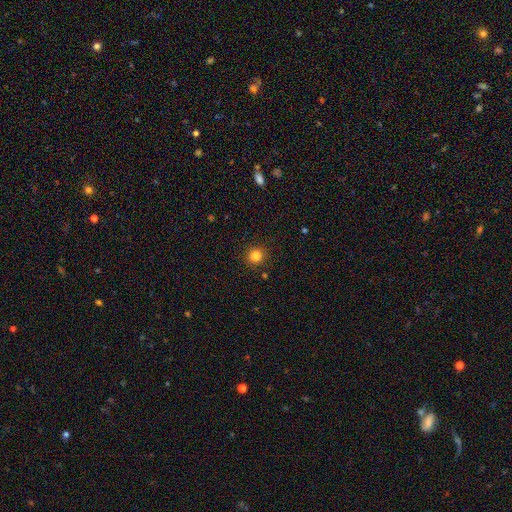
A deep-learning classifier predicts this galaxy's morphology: A smooth galaxy with no disk features (83%) that is round (93%).

Vote fractions:
- Smooth or featured? smooth: 83% / star or artifact: 13% / featured or disk: 5%
- How rounded? round: 93% / in between: 6% / cigar-shaped: 1%
- Merging? none: 92% / minor disturbance: 5% / major disturbance: 2% / merger: 1%